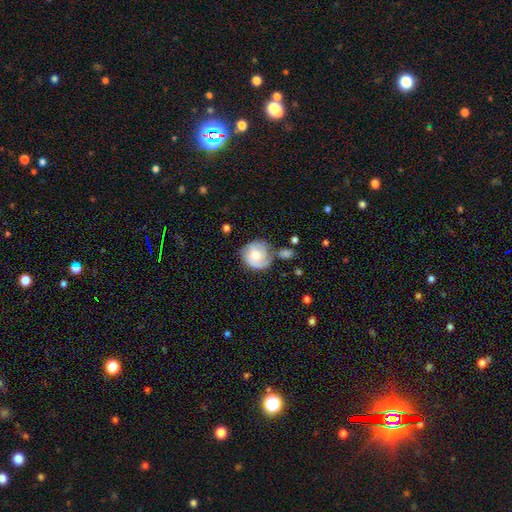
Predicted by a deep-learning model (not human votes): Q: Smooth or featured?
A: featured or disk (63%); runner-up: smooth (30%)
Q: Edge-on disk?
A: no (98%); runner-up: yes (2%)
Q: Bar?
A: no (68%); runner-up: weak (28%)
Q: Spiral arms?
A: yes (90%); runner-up: no (10%)
Q: Spiral winding?
A: tight (55%); runner-up: medium (34%)
Q: Spiral arm count?
A: 2 (49%); runner-up: can't tell (21%)
Q: Bulge size?
A: moderate (58%); runner-up: small (25%)
Q: Merging?
A: none (53%); runner-up: minor disturbance (23%)